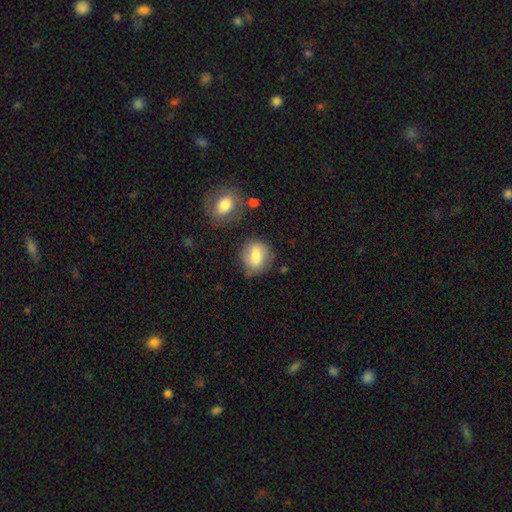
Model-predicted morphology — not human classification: smooth 75%, featured or disk 17%, star or artifact 8%. Down the decision tree: how rounded — round (57%); merging — none (69%).